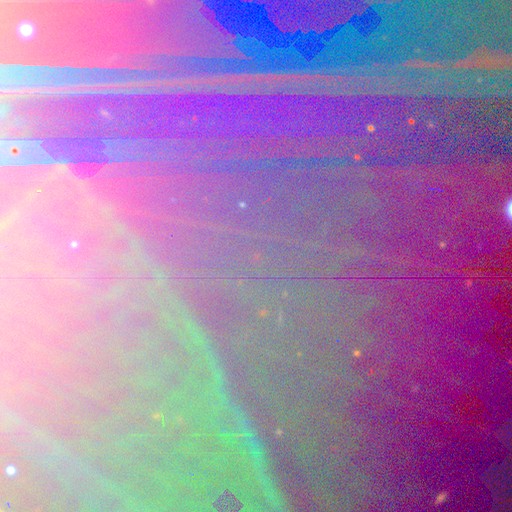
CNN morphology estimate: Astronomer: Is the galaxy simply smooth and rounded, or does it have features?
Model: star or artifact — 81%.